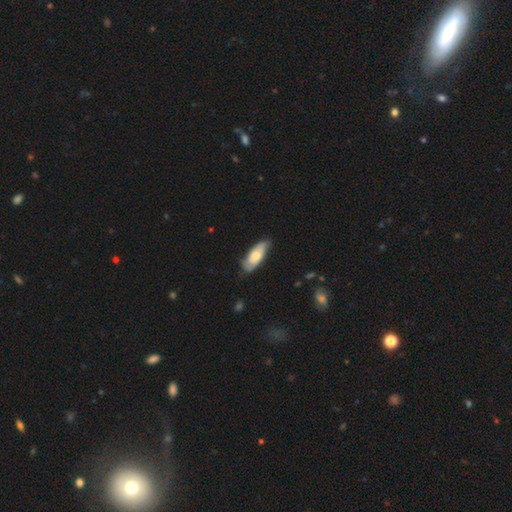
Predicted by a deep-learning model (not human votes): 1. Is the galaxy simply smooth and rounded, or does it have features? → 58% smooth, 37% featured or disk, 6% star or artifact.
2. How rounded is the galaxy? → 76% in between, 22% cigar-shaped, 2% round.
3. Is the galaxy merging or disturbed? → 67% none, 26% minor disturbance, 5% major disturbance, 2% merger.